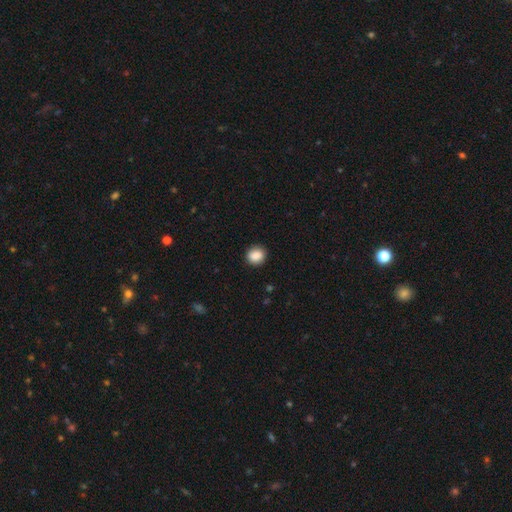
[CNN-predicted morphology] This appears to be a smooth galaxy with no disk features (88%) that is round (77%). Merging: none (88%).